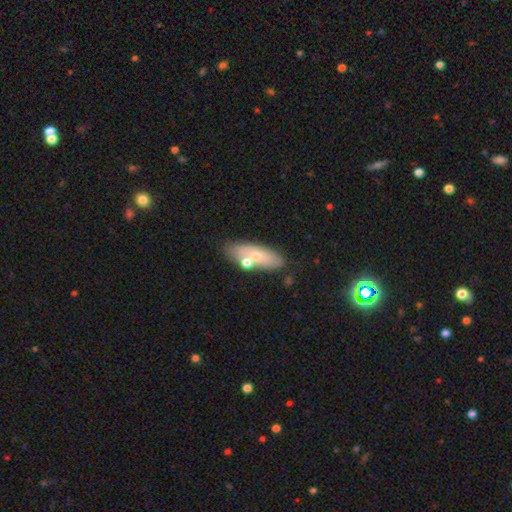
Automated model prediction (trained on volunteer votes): smooth 61%, featured or disk 31%, star or artifact 8%. Down the decision tree: how rounded — in between (61%); merging — none (69%).